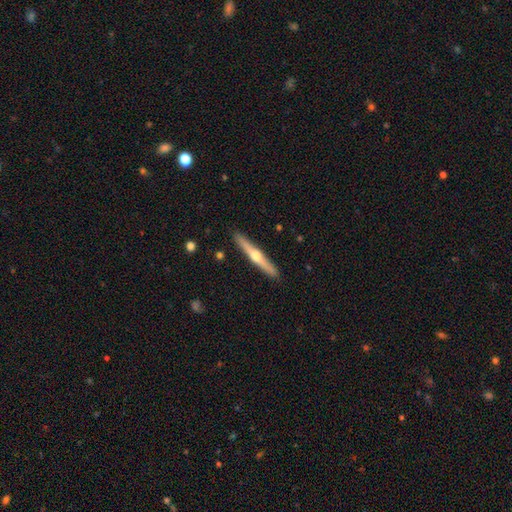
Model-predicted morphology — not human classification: smooth_or_featured: featured or disk (p=0.70) [alt: smooth p=0.26]
disk_edge_on: yes (p=0.98) [alt: no p=0.02]
edge_on_bulge: rounded (p=0.93) [alt: none p=0.05]
merging: none (p=0.91) [alt: minor disturbance p=0.06]